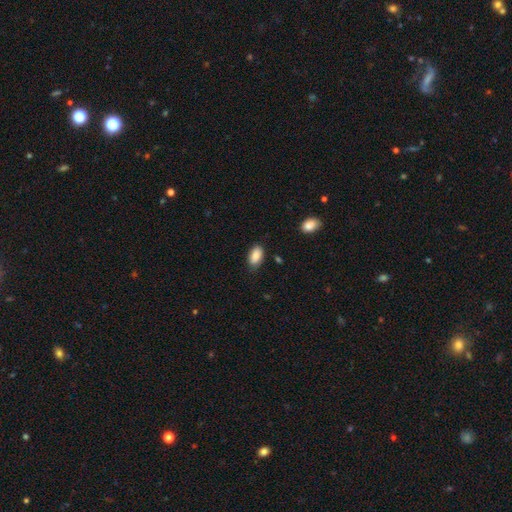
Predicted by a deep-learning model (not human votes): A smooth galaxy with no disk features (88%) that is in between round and cigar-shaped (93%).

Vote fractions:
- Smooth or featured? smooth: 88% / star or artifact: 7% / featured or disk: 5%
- How rounded? in between: 93% / round: 5% / cigar-shaped: 2%
- Merging? none: 78% / minor disturbance: 17% / major disturbance: 3% / merger: 2%